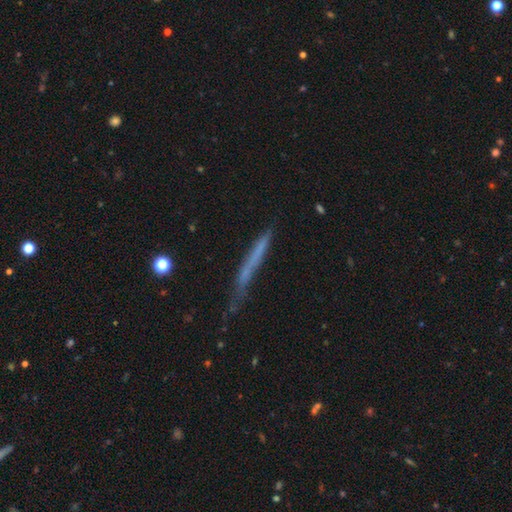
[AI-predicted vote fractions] A smooth galaxy with no disk features (54%) that is cigar-shaped (95%). Merging: none (57%).